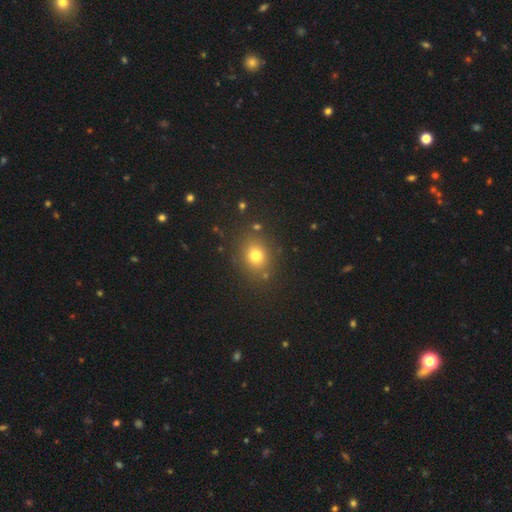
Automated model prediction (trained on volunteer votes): A smooth galaxy with no disk features (75%) that is round (70%).

Vote fractions:
- Smooth or featured? smooth: 75% / star or artifact: 16% / featured or disk: 8%
- How rounded? round: 70% / in between: 29% / cigar-shaped: 1%
- Merging? none: 83% / minor disturbance: 9% / major disturbance: 4% / merger: 3%